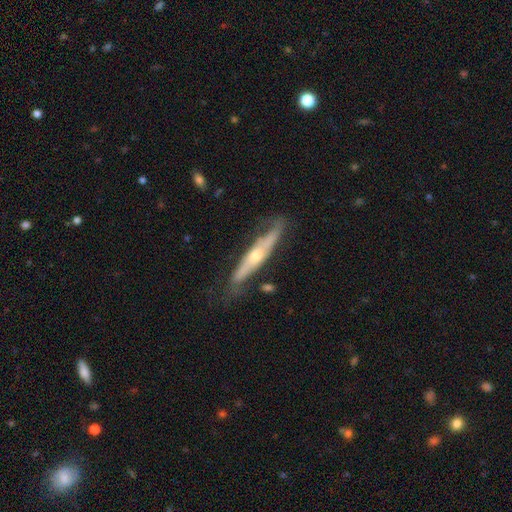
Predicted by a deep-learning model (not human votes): This is likely a featured or disk galaxy (67%). It is likely viewed edge-on (75%). Edge-on bulge: clearly rounded (82%). Merging: likely none (67%).